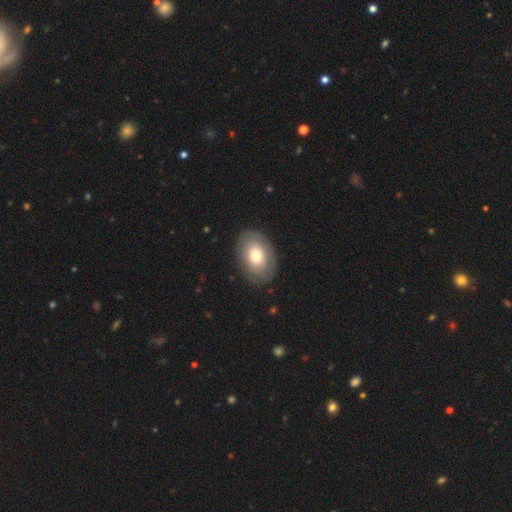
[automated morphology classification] smooth-or-featured: smooth: 64% | featured or disk: 30% | star or artifact: 6%
  how-rounded: in between: 85% | round: 14% | cigar-shaped: 1%
  merging: none: 84% | minor disturbance: 11% | major disturbance: 4% | merger: 1%